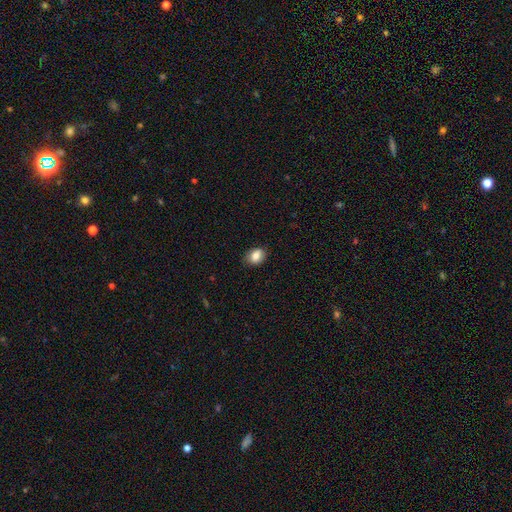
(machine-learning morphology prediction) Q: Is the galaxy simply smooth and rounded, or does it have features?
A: smooth — 82%.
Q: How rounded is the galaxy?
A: in between — 65%.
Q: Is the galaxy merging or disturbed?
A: none — 82%.